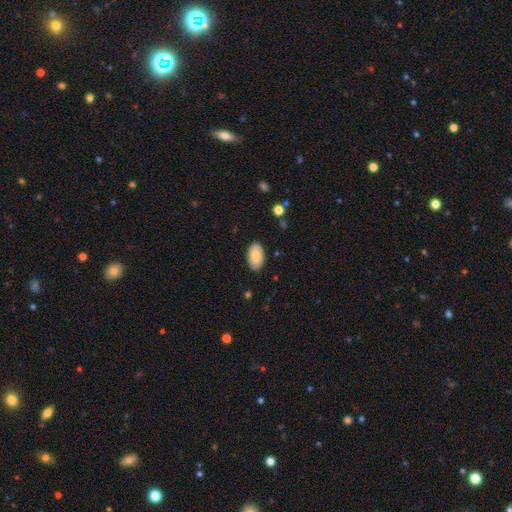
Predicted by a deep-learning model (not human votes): The model was most divided on "smooth or featured": smooth: 84%, featured or disk: 10%, star or artifact: 6%. More confident: how rounded — in between (95%); merging — none (87%).